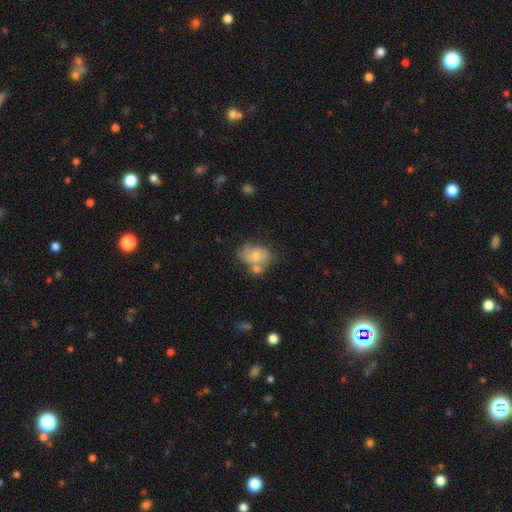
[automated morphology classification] This is possibly a smooth galaxy (51%). How rounded: likely in between (66%). Merging: marginally none (44%).